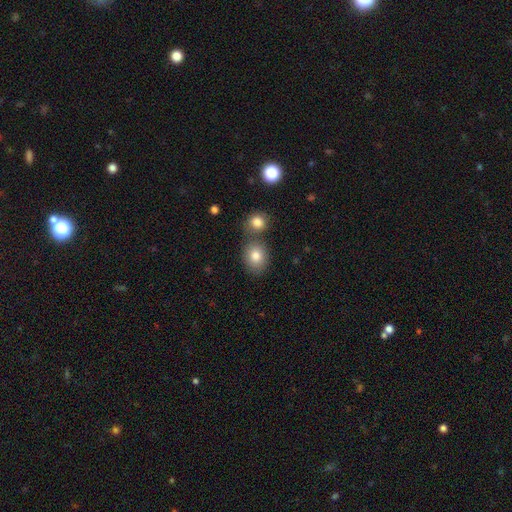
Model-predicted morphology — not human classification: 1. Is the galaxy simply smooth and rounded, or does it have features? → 80% smooth, 10% star or artifact, 9% featured or disk.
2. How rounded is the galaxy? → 61% round, 38% in between, 1% cigar-shaped.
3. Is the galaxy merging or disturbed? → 62% none, 26% merger, 9% minor disturbance, 3% major disturbance.